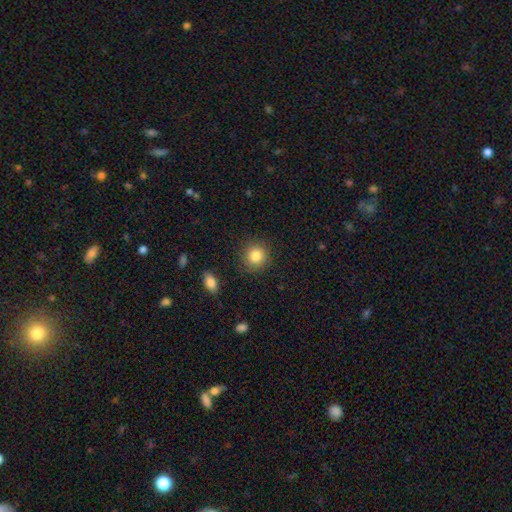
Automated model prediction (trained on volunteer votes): This appears to be a smooth galaxy with no disk features (84%) that is round (89%). Merging: none (88%).